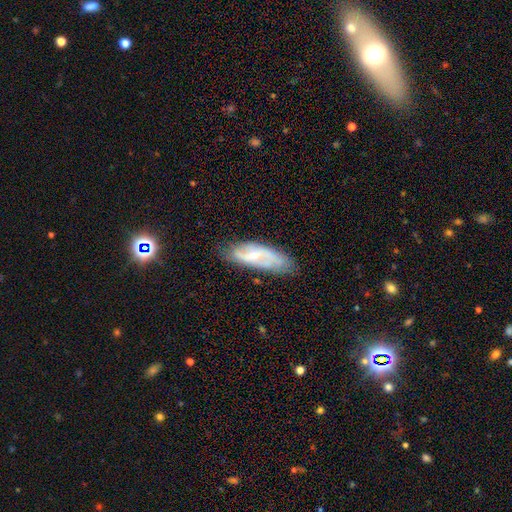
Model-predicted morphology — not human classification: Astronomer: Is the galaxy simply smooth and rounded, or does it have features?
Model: featured or disk — 67%.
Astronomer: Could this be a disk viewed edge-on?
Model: no — 88%.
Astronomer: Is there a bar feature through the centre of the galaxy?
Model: weak — 46% (runner-up: no, 36%).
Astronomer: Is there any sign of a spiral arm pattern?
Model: yes — 86%.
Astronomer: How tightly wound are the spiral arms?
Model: medium — 39%, tied with loose at 39%.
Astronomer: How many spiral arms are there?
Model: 2 — 66%.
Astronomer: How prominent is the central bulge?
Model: small — 65%.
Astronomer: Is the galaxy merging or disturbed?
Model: none — 71%.